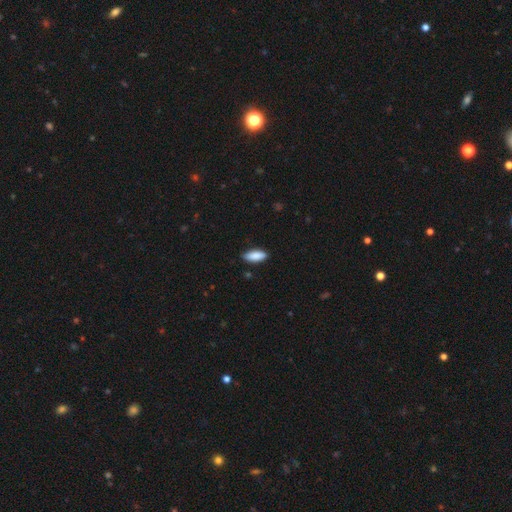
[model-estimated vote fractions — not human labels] This is clearly a smooth galaxy (88%). How rounded: likely in between (77%). Merging: clearly none (84%).